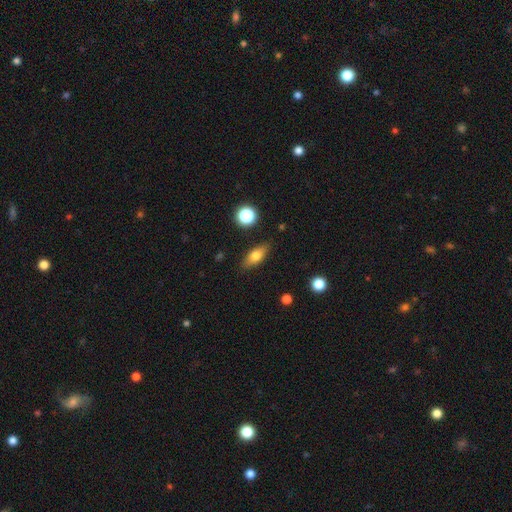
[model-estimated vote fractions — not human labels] Q: Smooth or featured?
A: smooth (71%); runner-up: featured or disk (21%)
Q: How rounded?
A: in between (72%); runner-up: cigar-shaped (20%)
Q: Merging?
A: none (85%); runner-up: minor disturbance (11%)